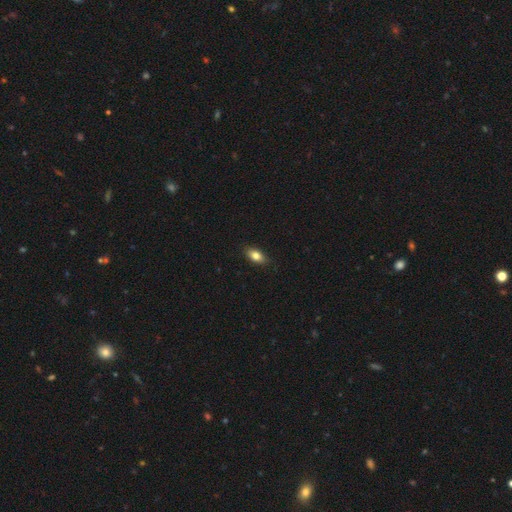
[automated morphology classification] A smooth galaxy with no disk features (82%) that is in between round and cigar-shaped (87%).

Vote fractions:
- Smooth or featured? smooth: 82% / featured or disk: 11% / star or artifact: 8%
- How rounded? in between: 87% / round: 7% / cigar-shaped: 6%
- Merging? none: 87% / minor disturbance: 11% / major disturbance: 2% / merger: 1%